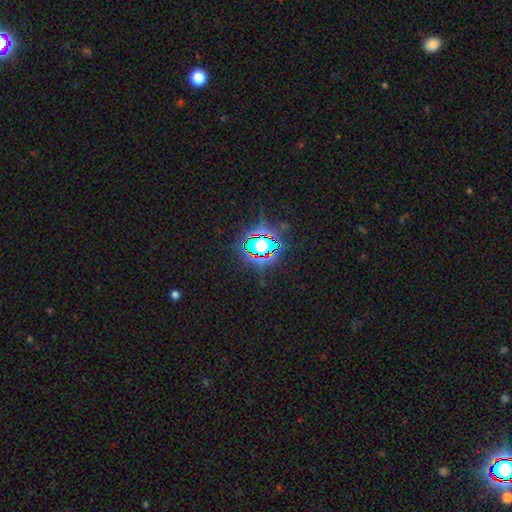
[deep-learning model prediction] Overall: star or artifact (81%).